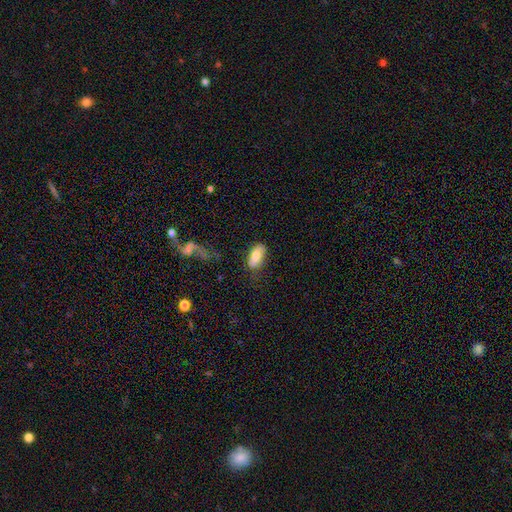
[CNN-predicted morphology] smooth 71%, featured or disk 22%, star or artifact 7%. Down the decision tree: how rounded — in between (88%); merging — none (69%).